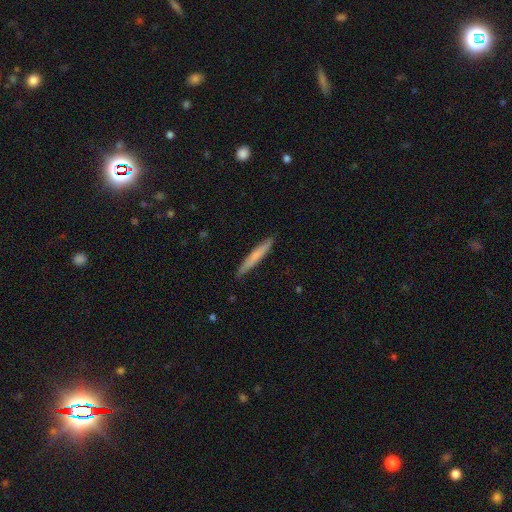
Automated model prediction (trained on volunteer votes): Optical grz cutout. It shows a smooth galaxy with no disk features (67%) that is cigar-shaped (96%). Merging: none (90%).